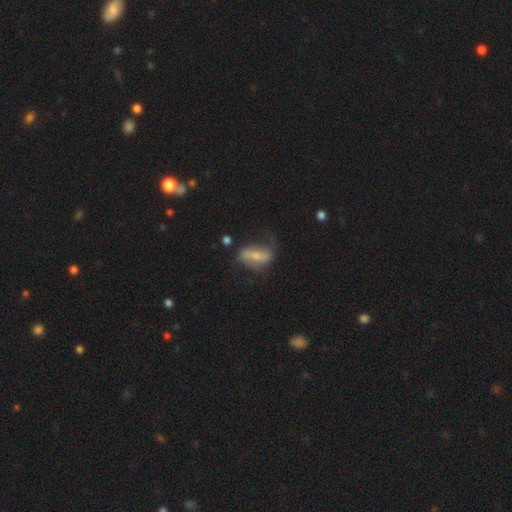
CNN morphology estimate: A featured or disk galaxy (62%) with a strong bar (51%), spiral arms (72%) and a small central bulge (48%).

Vote fractions:
- Smooth or featured? featured or disk: 62% / smooth: 31% / star or artifact: 7%
- Edge-on disk? no: 86% / yes: 14%
- Bar? strong: 51% / weak: 27% / no: 22%
- Spiral arms? yes: 72% / no: 28%
- Bulge size? small: 48% / moderate: 43% / none: 4% / large: 4% / dominant: 1%
- Merging? none: 55% / minor disturbance: 26% / major disturbance: 16% / merger: 3%